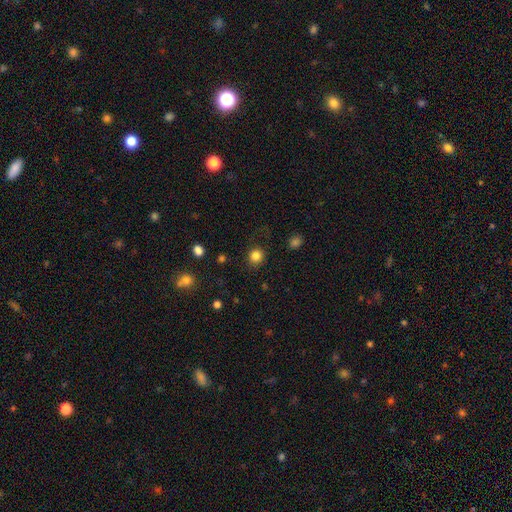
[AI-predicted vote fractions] This is clearly a smooth galaxy (84%). How rounded: clearly round (87%). Merging: clearly none (86%).